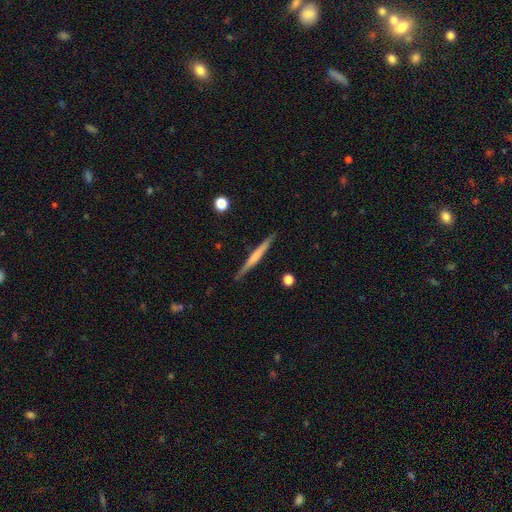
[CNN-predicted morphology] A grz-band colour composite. It shows a featured or disk galaxy (51%) viewed edge-on (98%) with no central bulge (60%). Merging: none (90%).